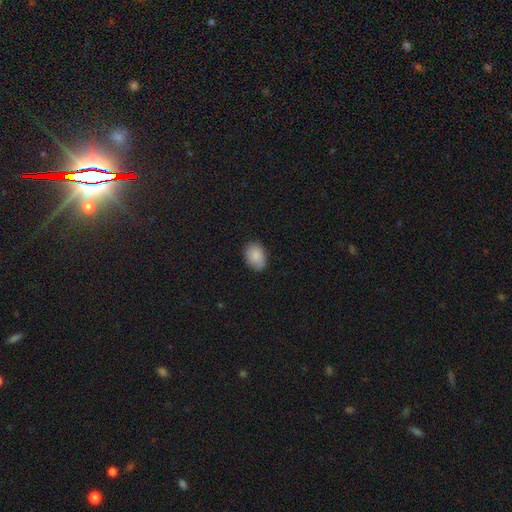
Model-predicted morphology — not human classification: type=smooth (88%); roundness=in between (85%); merging=none (84%).